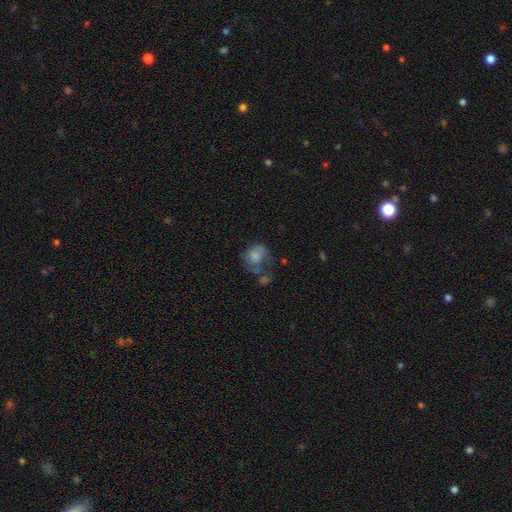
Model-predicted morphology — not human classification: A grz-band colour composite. It shows a smooth galaxy with no disk features (73%) that is round (56%). Merging: none (31%).